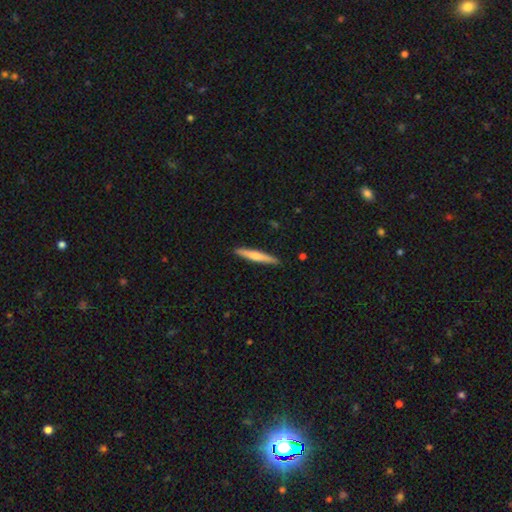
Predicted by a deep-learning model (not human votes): smooth 60%, featured or disk 35%, star or artifact 5%. Down the decision tree: how rounded — cigar-shaped (94%); merging — none (90%).